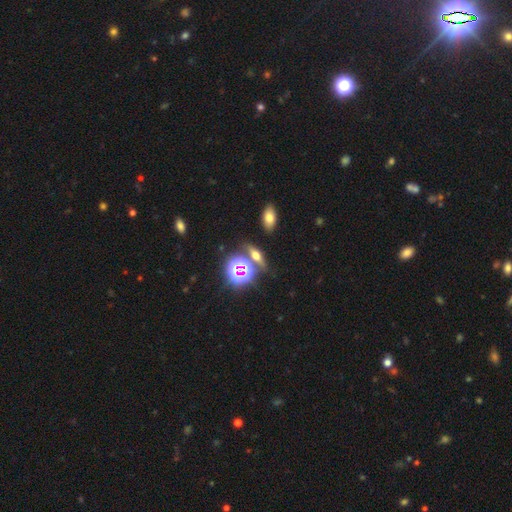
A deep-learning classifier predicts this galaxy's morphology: type=star or artifact (40%).